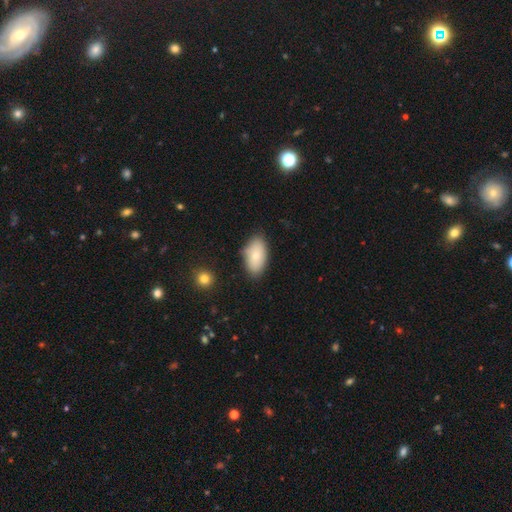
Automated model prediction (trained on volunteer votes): A smooth galaxy with no disk features (78%) that is in between round and cigar-shaped (93%).

Vote fractions:
- Smooth or featured? smooth: 78% / featured or disk: 15% / star or artifact: 7%
- How rounded? in between: 93% / round: 5% / cigar-shaped: 2%
- Merging? none: 77% / minor disturbance: 16% / major disturbance: 3% / merger: 3%